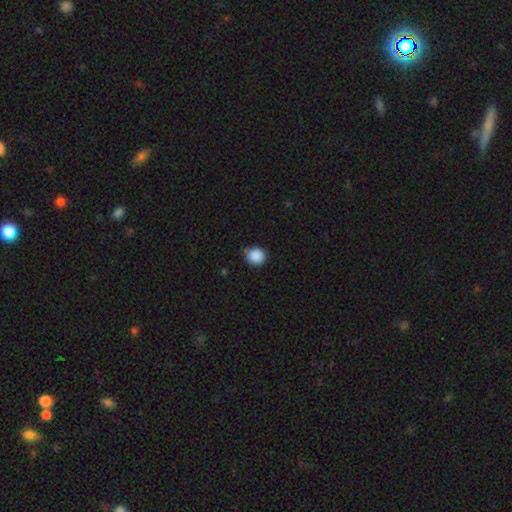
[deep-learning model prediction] A smooth galaxy with no disk features (88%) that is round (91%).

Vote fractions:
- Smooth or featured? smooth: 88% / star or artifact: 9% / featured or disk: 3%
- How rounded? round: 91% / in between: 8% / cigar-shaped: 1%
- Merging? none: 81% / minor disturbance: 13% / major disturbance: 3% / merger: 2%